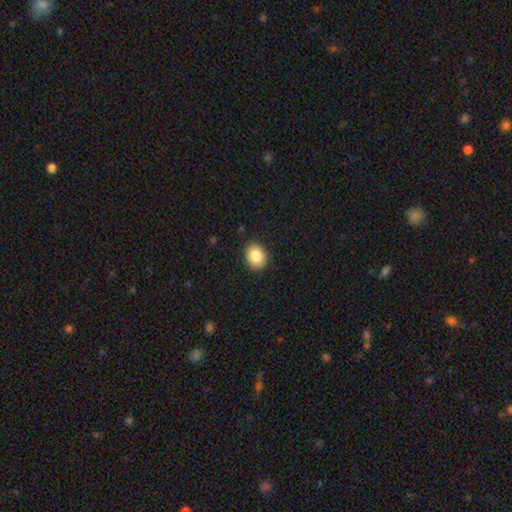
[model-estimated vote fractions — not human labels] Smooth or featured?
  - smooth: 85% *
  - star or artifact: 8%
  - featured or disk: 6%
How rounded?
  - round: 55% *
  - in between: 44%
  - cigar-shaped: 1%
Merging?
  - none: 89% *
  - minor disturbance: 8%
  - major disturbance: 2%
  - merger: 1%